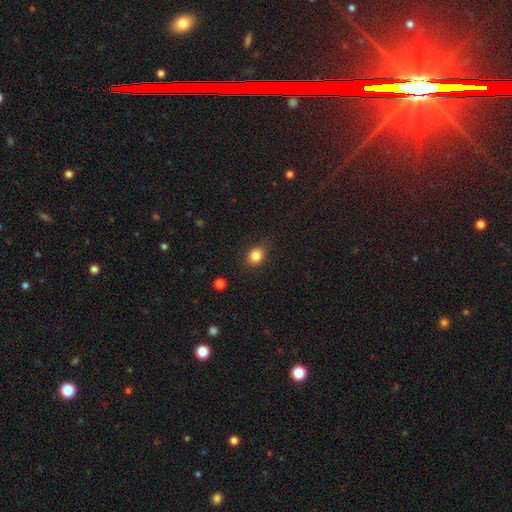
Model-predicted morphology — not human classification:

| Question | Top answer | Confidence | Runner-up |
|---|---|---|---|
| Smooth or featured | smooth | 83% | star or artifact (11%) |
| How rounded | round | 53% | in between (46%) |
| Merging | none | 82% | minor disturbance (14%) |